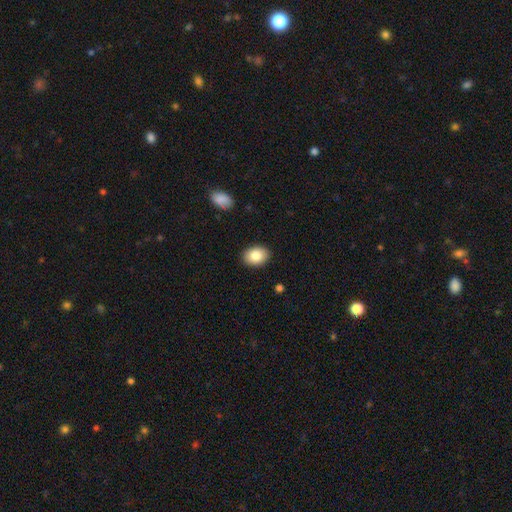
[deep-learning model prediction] smooth-or-featured: smooth: 84% | featured or disk: 8% | star or artifact: 7%
  how-rounded: in between: 77% | round: 22% | cigar-shaped: 1%
  merging: none: 89% | minor disturbance: 8% | major disturbance: 2% | merger: 1%